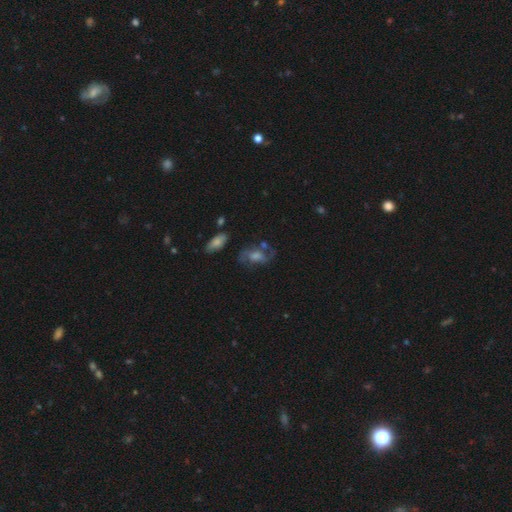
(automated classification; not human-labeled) featured or disk 64%, smooth 22%, star or artifact 14%. Down the decision tree: edge-on disk — no (93%); bar — no (51%); spiral arms — yes (81%); bulge size — moderate (45%); merging — none (61%).